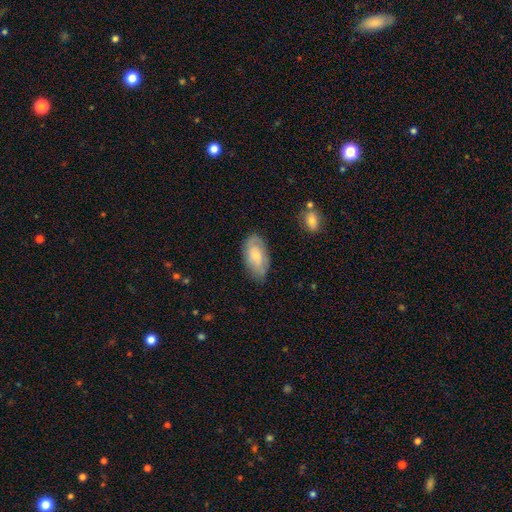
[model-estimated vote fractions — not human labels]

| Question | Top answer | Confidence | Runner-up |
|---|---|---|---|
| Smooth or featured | smooth | 54% | featured or disk (39%) |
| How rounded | in between | 93% | round (4%) |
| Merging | none | 72% | minor disturbance (21%) |